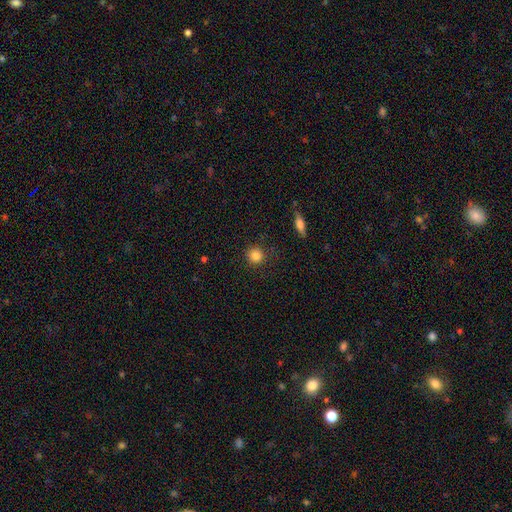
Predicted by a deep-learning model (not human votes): Smooth or featured: smooth — 84% (star or artifact — 10%)
How rounded: round — 93% (in between — 6%)
Merging: none — 89% (minor disturbance — 7%)